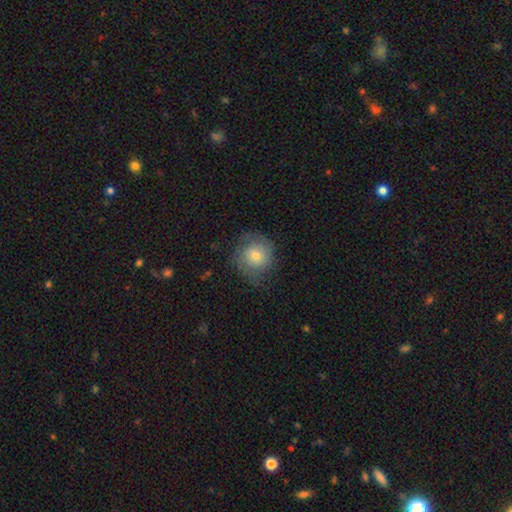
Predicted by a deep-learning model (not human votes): This is possibly a smooth galaxy (57%). How rounded: clearly round (87%). Merging: likely none (68%).